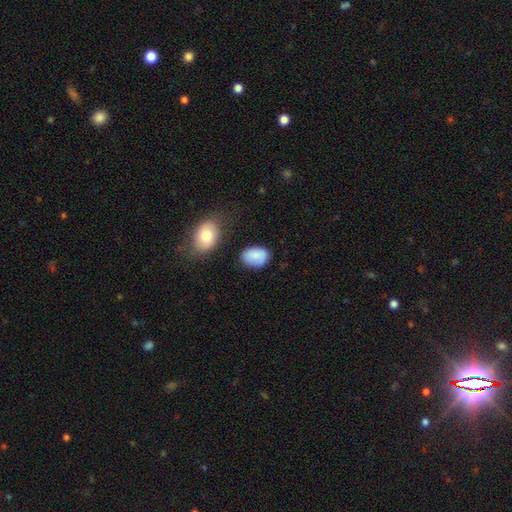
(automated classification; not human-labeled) Overall: smooth (85%). How rounded: in between (85%). Merging: none (72%).